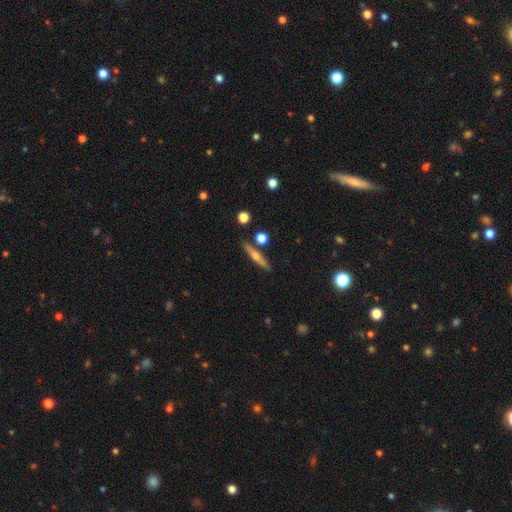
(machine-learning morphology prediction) Smooth or featured? featured or disk (58%)
Edge-on disk? yes (95%)
Edge-on bulge? rounded (87%)
Merging? none (85%)